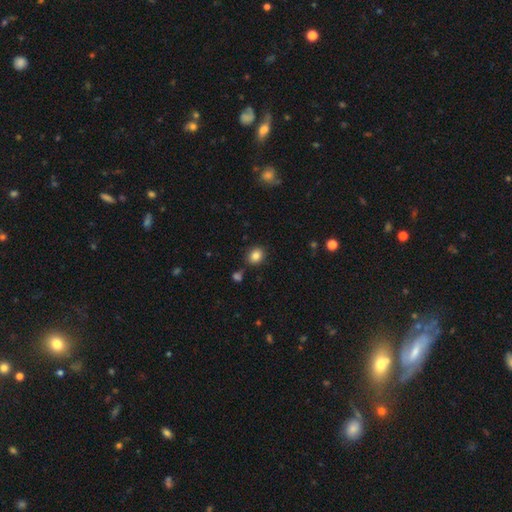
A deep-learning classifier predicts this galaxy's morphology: Smooth or featured?
  - smooth: 84% *
  - star or artifact: 10%
  - featured or disk: 6%
How rounded?
  - round: 67% *
  - in between: 32%
  - cigar-shaped: 1%
Merging?
  - none: 83% *
  - minor disturbance: 10%
  - merger: 4%
  - major disturbance: 3%